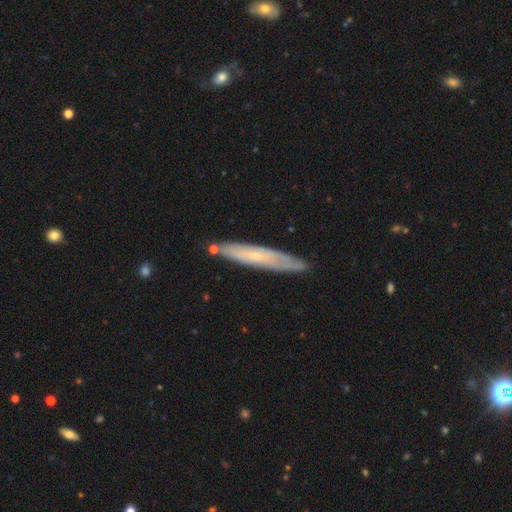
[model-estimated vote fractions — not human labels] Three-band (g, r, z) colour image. It shows a featured or disk galaxy (57%) viewed edge-on (63%). Merging: none (79%).